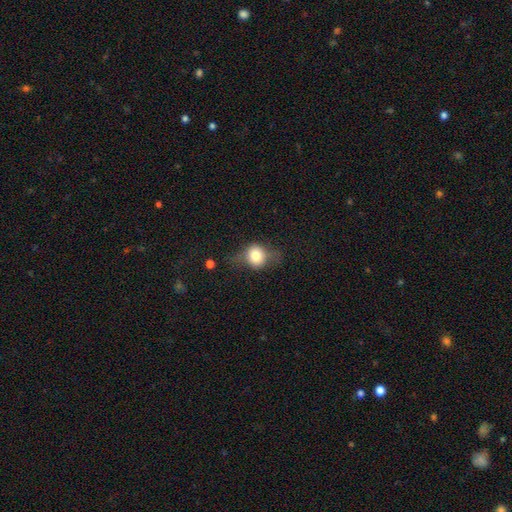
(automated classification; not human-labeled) Smooth or featured? smooth (65%)
How rounded? round (67%)
Merging? none (52%)